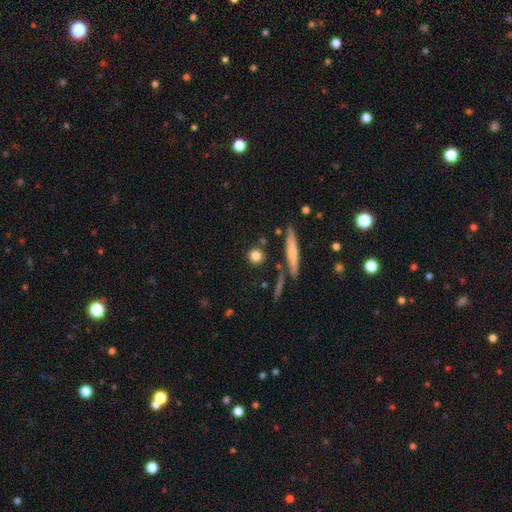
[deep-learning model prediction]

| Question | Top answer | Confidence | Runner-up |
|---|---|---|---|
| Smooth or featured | smooth | 80% | featured or disk (10%) |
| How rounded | round | 81% | in between (10%) |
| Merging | none | 81% | minor disturbance (9%) |